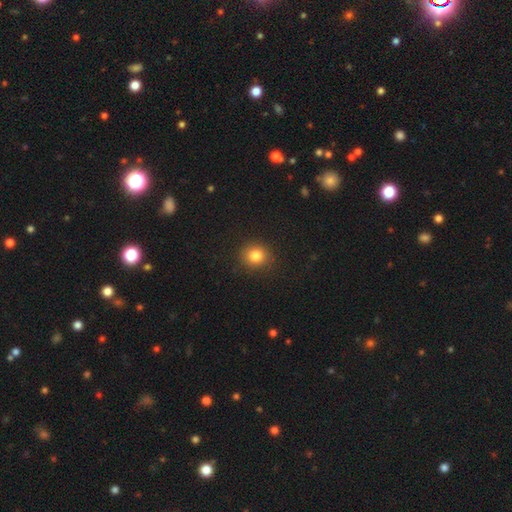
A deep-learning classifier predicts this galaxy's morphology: Smooth or featured: smooth — 83% (star or artifact — 12%)
How rounded: round — 85% (in between — 14%)
Merging: none — 89% (minor disturbance — 7%)